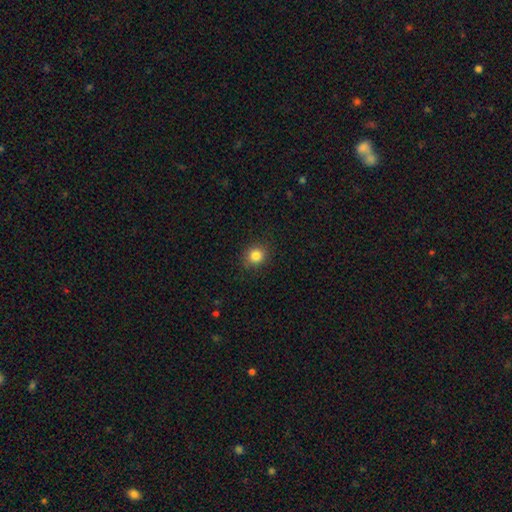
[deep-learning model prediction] Smooth or featured? Predicted: smooth (p=0.84). How rounded? Predicted: round (p=0.83). Merging? Predicted: none (p=0.88).